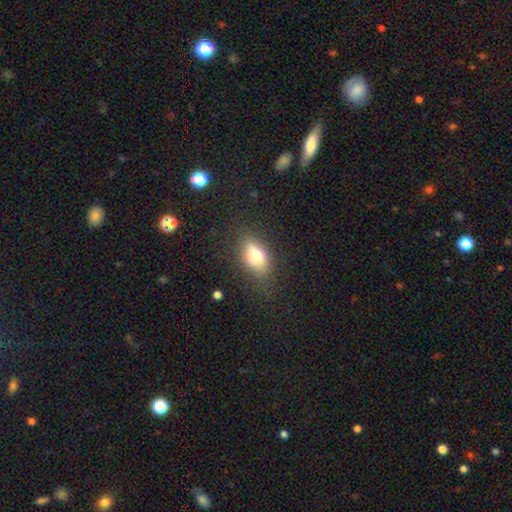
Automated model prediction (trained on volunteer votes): Smooth or featured? Predicted: smooth (p=0.70). How rounded? Predicted: in between (p=0.83). Merging? Predicted: none (p=0.77).